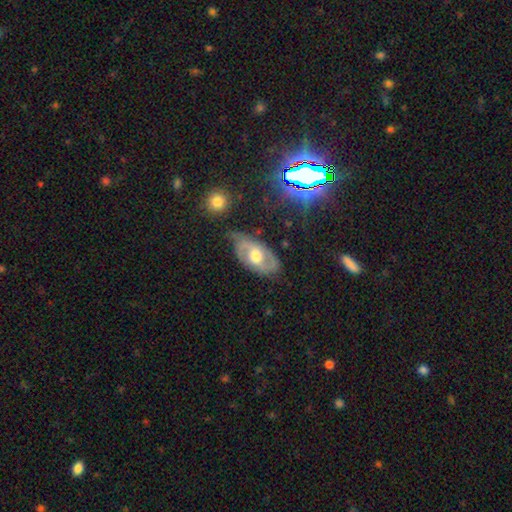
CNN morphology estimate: type=featured or disk (70%); edge-on=no (92%); bar=no (56%); spiral arms=yes (76%); bulge=moderate (70%); merging=none (59%).